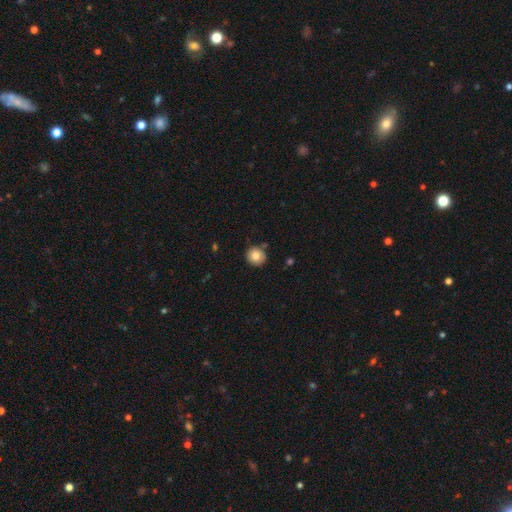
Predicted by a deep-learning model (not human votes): smooth 81%, featured or disk 10%, star or artifact 9%. Down the decision tree: how rounded — round (91%); merging — none (85%).